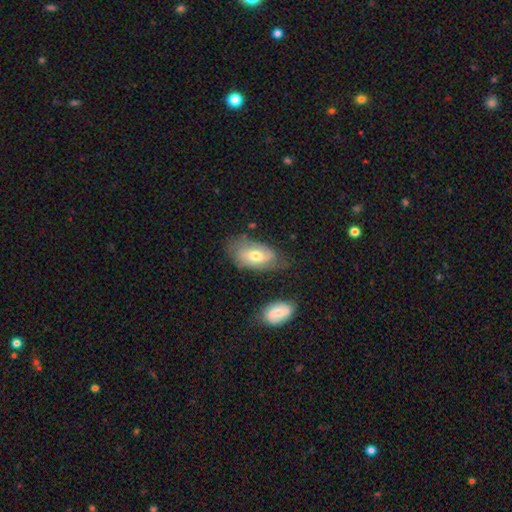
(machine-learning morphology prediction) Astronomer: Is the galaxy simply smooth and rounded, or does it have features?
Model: smooth — 51% (runner-up: featured or disk, 42%).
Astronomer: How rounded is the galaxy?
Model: in between — 91%.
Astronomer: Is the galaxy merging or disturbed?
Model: none — 55%.